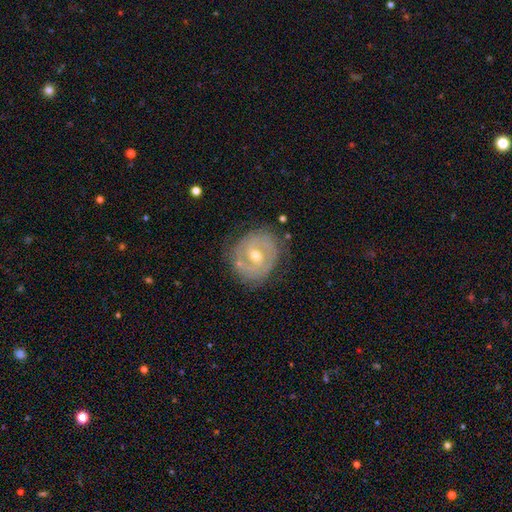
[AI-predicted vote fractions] smooth_or_featured: featured or disk (p=0.78) [alt: smooth p=0.16]
disk_edge_on: no (p=0.97) [alt: yes p=0.03]
bar: no (p=0.46) [alt: weak p=0.42]
has_spiral_arms: yes (p=0.84) [alt: no p=0.16]
spiral_winding: tight (p=0.62) [alt: medium p=0.29]
spiral_arm_count: 2 (p=0.55) [alt: can't tell p=0.26]
bulge_size: moderate (p=0.56) [alt: small p=0.41]
merging: none (p=0.74) [alt: minor disturbance p=0.18]